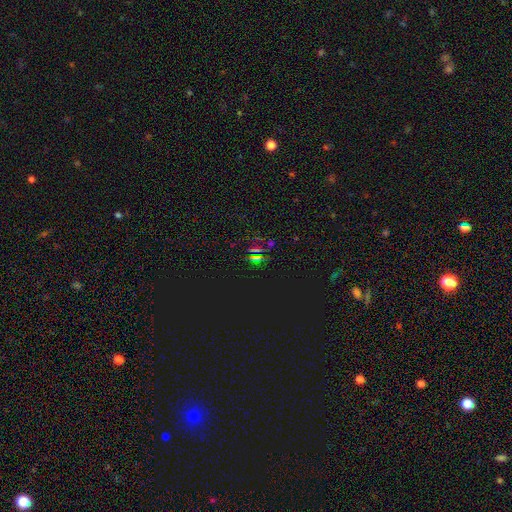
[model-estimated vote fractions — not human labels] Smooth or featured: star or artifact — 66% (smooth — 23%)